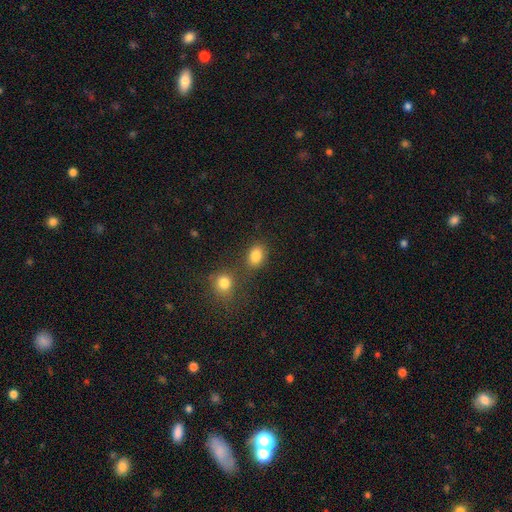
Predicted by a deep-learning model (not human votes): smooth_or_featured: smooth (p=0.84) [alt: star or artifact p=0.11]
how_rounded: in between (p=0.68) [alt: round p=0.31]
merging: none (p=0.65) [alt: merger p=0.20]